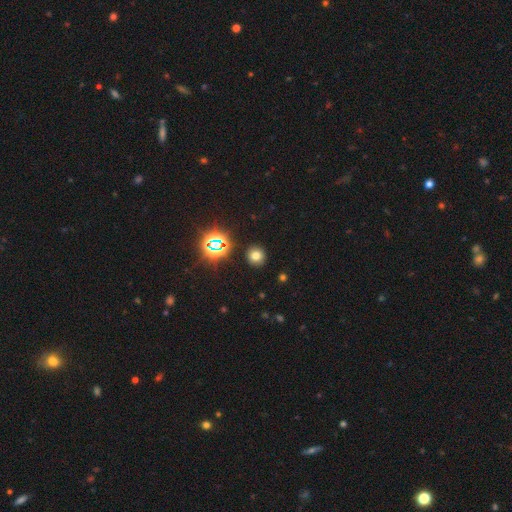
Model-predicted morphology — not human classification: This is likely a smooth galaxy (69%). How rounded: clearly round (91%). Merging: clearly none (90%).